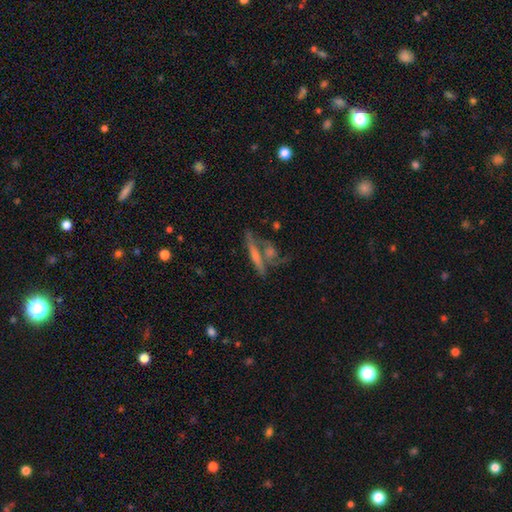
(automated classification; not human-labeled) smooth-or-featured: featured or disk: 60% | smooth: 28% | star or artifact: 12%
  disk-edge-on: yes: 85% | no: 15%
    edge-on-bulge: rounded: 64% | none: 27% | boxy: 9%
  merging: none: 54% | merger: 28% | minor disturbance: 12% | major disturbance: 7%